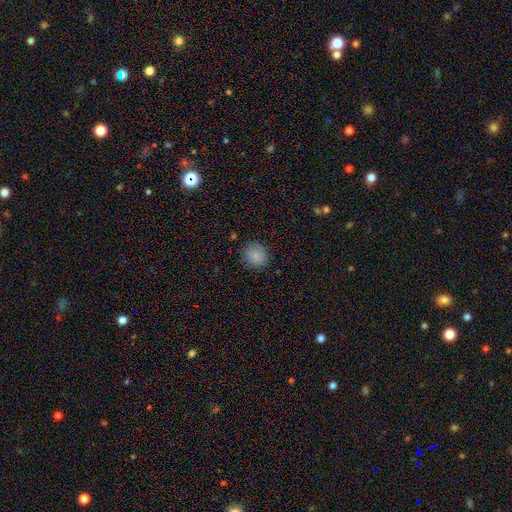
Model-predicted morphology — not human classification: A smooth galaxy with no disk features (84%) that is round (88%). Merging: none (86%).